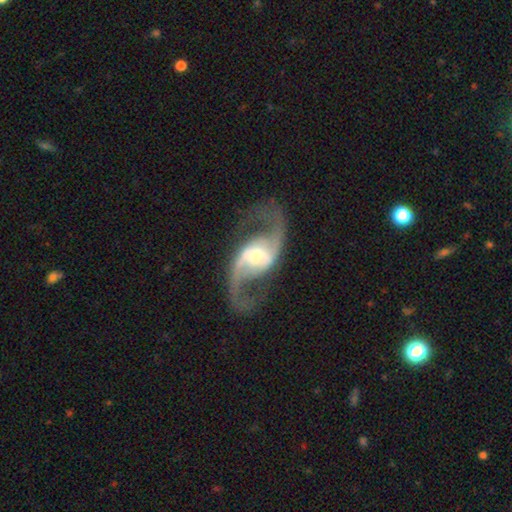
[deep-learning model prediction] A featured or disk galaxy (93%) with a weak bar (42%), 2 (95%) loose (58%) spiral arms (98%) and a moderate central bulge (45%).

Vote fractions:
- Smooth or featured? featured or disk: 93% / star or artifact: 4% / smooth: 3%
- Edge-on disk? no: 97% / yes: 3%
- Bar? weak: 42% / strong: 40% / no: 18%
- Spiral arms? yes: 98% / no: 2%
- Spiral winding? loose: 58% / medium: 36% / tight: 6%
- Spiral arm count? 2: 95% / can't tell: 1% / 1: 1% / 3: 1% / 4: 1% / more than 4: 1%
- Bulge size? moderate: 45% / small: 28% / large: 20% / none: 5% / dominant: 3%
- Merging? none: 81% / minor disturbance: 10% / major disturbance: 7% / merger: 2%